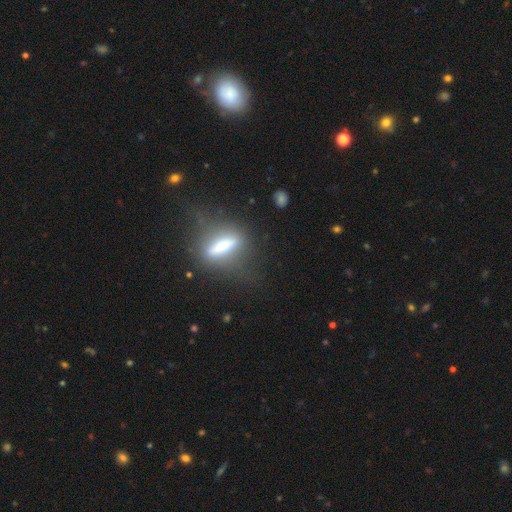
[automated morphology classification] Smooth or featured? featured or disk (51%)
Edge-on disk? yes (57%)
Merging? none (67%)